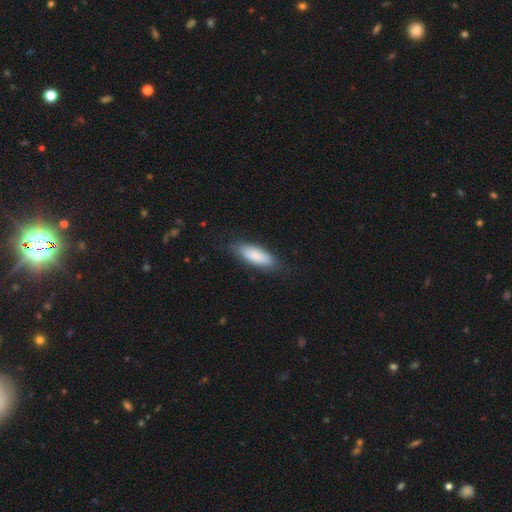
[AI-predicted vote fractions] This appears to be a smooth galaxy with no disk features (84%) that is in between round and cigar-shaped (67%). Merging: none (81%).